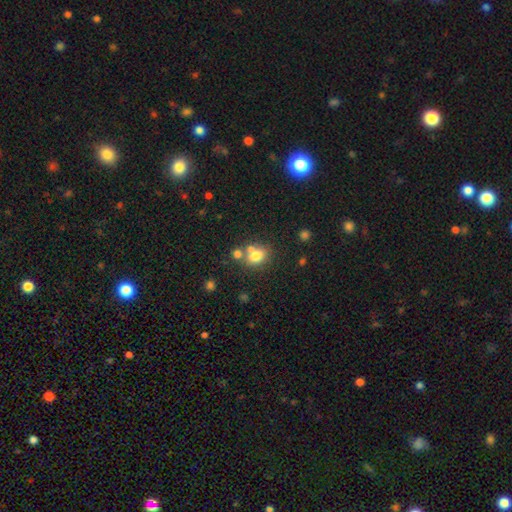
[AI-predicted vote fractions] This is likely a smooth galaxy (75%). How rounded: possibly in between (51%). Merging: possibly none (53%).